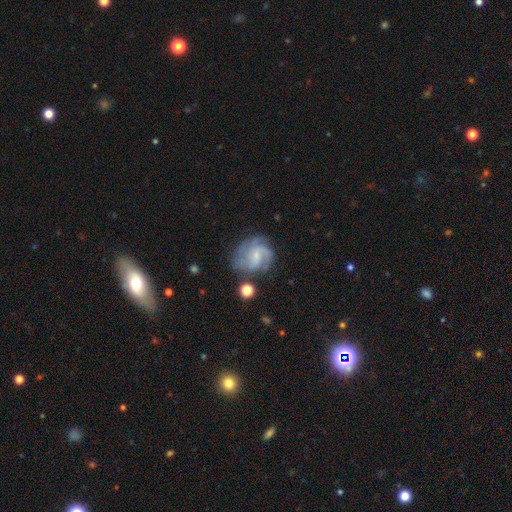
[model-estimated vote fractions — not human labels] This appears to be a featured or disk galaxy (74%) with a weak bar (49%), 3 (30%) medium (47%) spiral arms (91%) and a small central bulge (63%). Merging: none (59%).